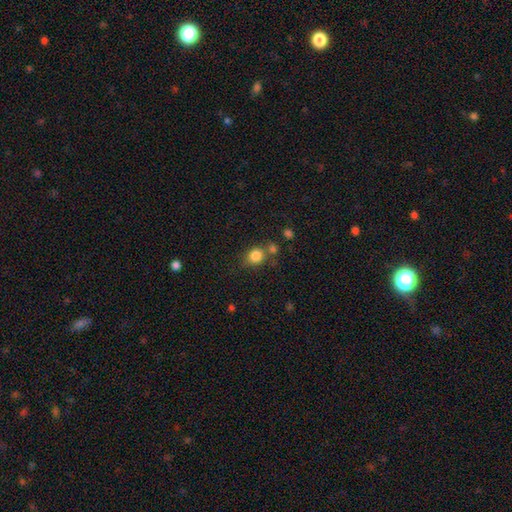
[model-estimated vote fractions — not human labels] Smooth or featured?
  - smooth: 83% *
  - star or artifact: 11%
  - featured or disk: 7%
How rounded?
  - round: 70% *
  - in between: 29%
  - cigar-shaped: 1%
Merging?
  - none: 59% *
  - merger: 20%
  - minor disturbance: 15%
  - major disturbance: 6%